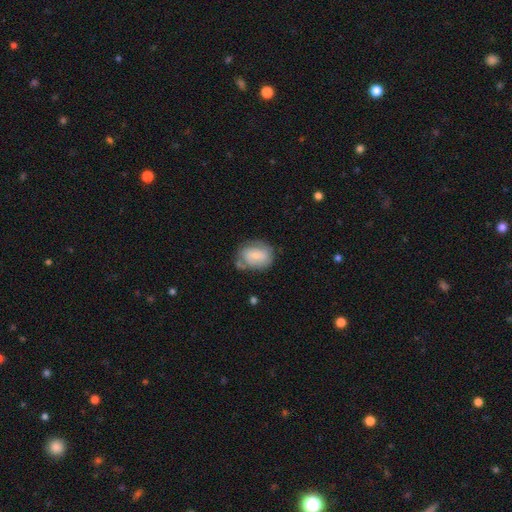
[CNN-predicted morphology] This appears to be a smooth galaxy with no disk features (60%) that is in between round and cigar-shaped (60%). Merging: none (55%).